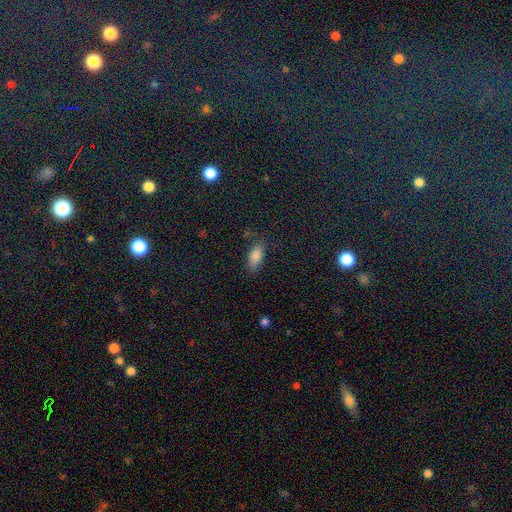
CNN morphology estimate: A smooth galaxy with no disk features (82%) that is in between round and cigar-shaped (83%).

Vote fractions:
- Smooth or featured? smooth: 82% / star or artifact: 10% / featured or disk: 8%
- How rounded? in between: 83% / cigar-shaped: 14% / round: 3%
- Merging? none: 76% / minor disturbance: 17% / major disturbance: 5% / merger: 2%